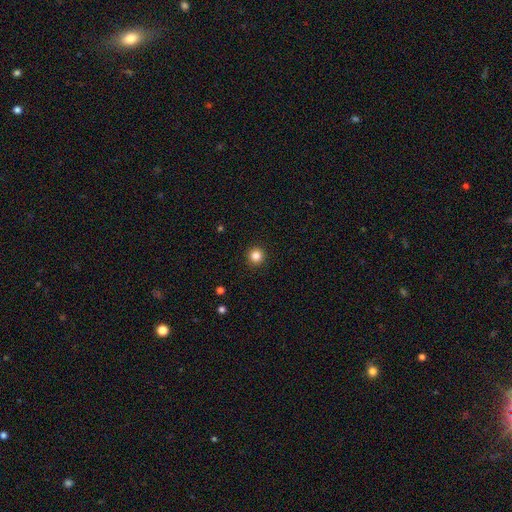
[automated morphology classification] This is clearly a smooth galaxy (84%). How rounded: clearly round (96%). Merging: clearly none (93%).